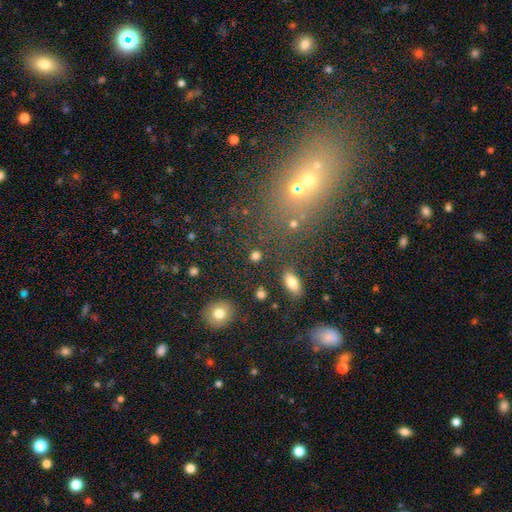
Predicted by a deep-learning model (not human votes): This appears to be a smooth galaxy with no disk features (78%) that is round (82%). Merging: none (83%).